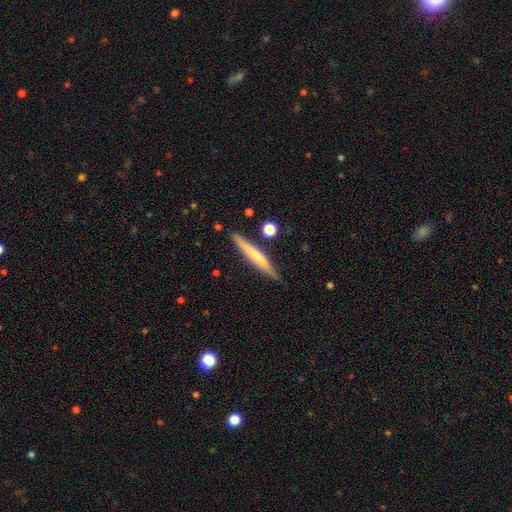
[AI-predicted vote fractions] A smooth galaxy with no disk features (52%) that is cigar-shaped (95%). Merging: none (82%).